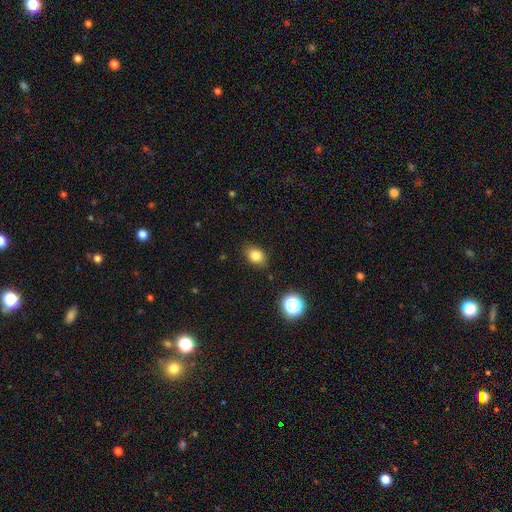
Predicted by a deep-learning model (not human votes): This is clearly a smooth galaxy (82%). How rounded: likely in between (71%). Merging: clearly none (83%).